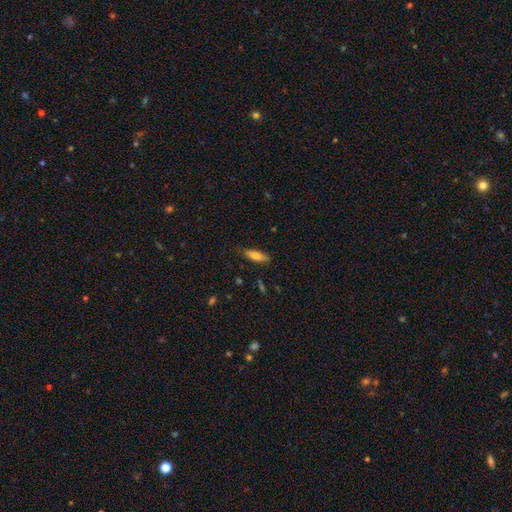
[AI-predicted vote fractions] Smooth or featured? Predicted: smooth (p=0.76). How rounded? Predicted: in between (p=0.56). Merging? Predicted: none (p=0.79).